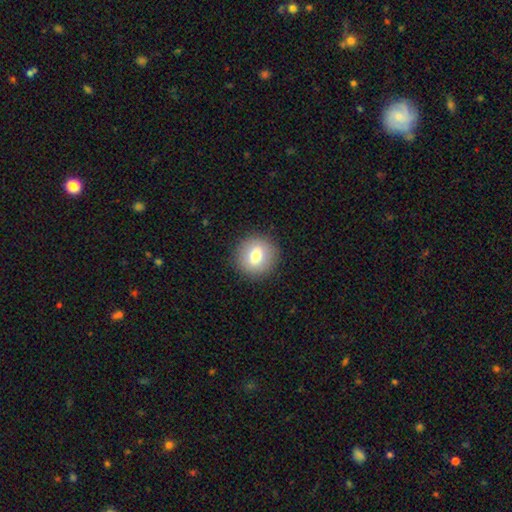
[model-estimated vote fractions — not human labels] This appears to be a smooth galaxy with no disk features (74%) that is round (92%). Merging: none (90%).